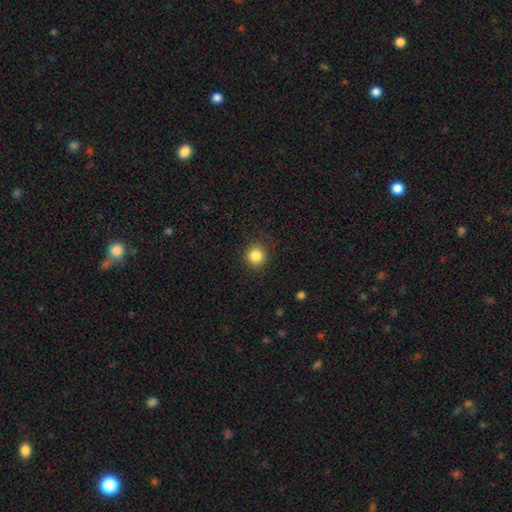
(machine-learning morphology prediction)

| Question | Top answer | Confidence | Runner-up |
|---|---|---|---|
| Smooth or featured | smooth | 85% | star or artifact (10%) |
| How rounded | round | 91% | in between (8%) |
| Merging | none | 89% | minor disturbance (7%) |